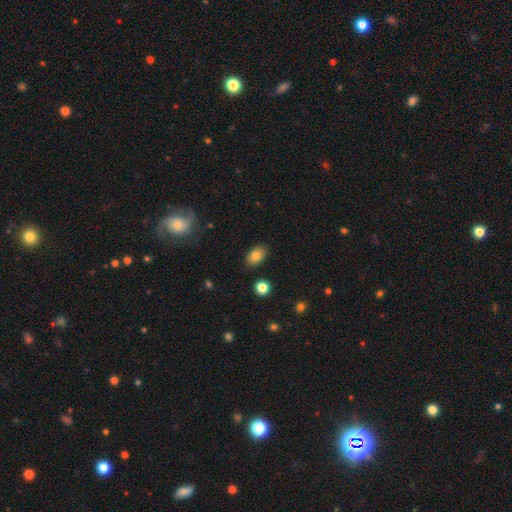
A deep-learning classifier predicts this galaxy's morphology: Q: Smooth or featured?
A: smooth (80%); runner-up: featured or disk (12%)
Q: How rounded?
A: in between (89%); runner-up: round (10%)
Q: Merging?
A: none (85%); runner-up: minor disturbance (11%)